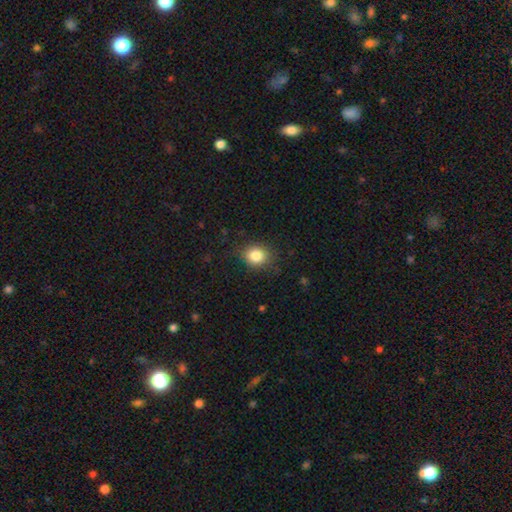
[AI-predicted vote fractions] Q: Smooth or featured?
A: smooth (83%); runner-up: star or artifact (10%)
Q: How rounded?
A: round (67%); runner-up: in between (32%)
Q: Merging?
A: none (82%); runner-up: minor disturbance (13%)